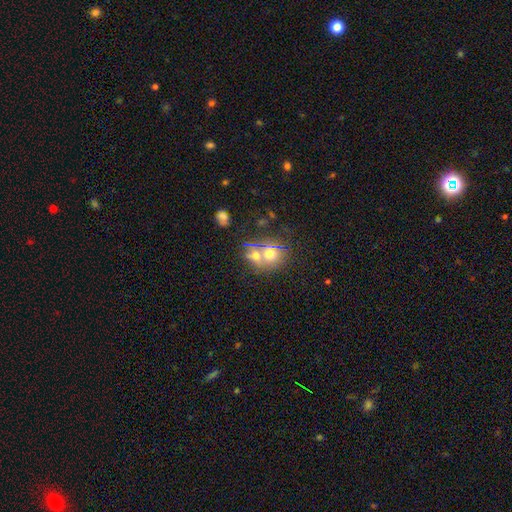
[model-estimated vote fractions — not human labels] This appears to be a smooth galaxy with no disk features (58%) that is round (69%). Merging: merger (48%).